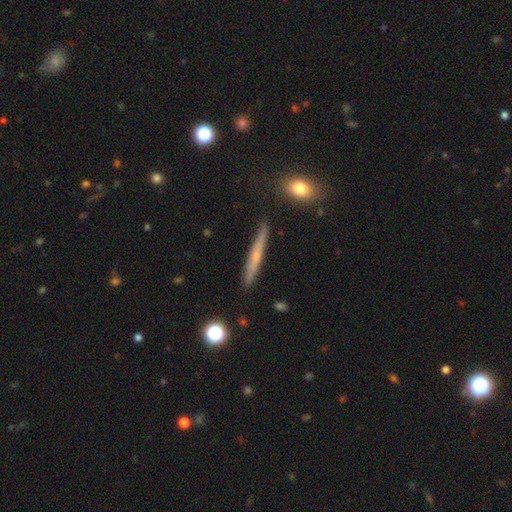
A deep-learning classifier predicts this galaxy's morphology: featured or disk 49%, smooth 44%, star or artifact 7%. Down the decision tree: merging — none (88%).